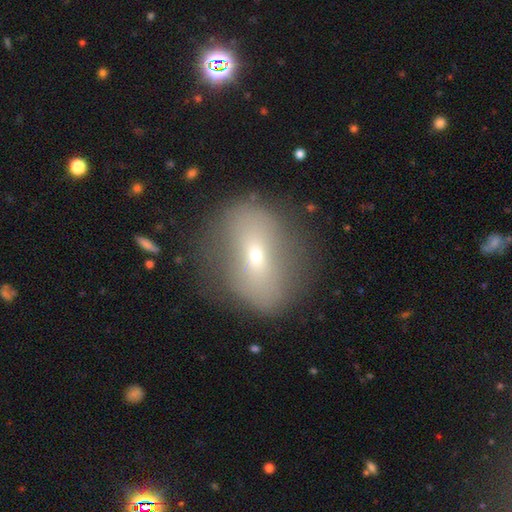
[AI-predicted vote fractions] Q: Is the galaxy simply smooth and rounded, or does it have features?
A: smooth — 48%.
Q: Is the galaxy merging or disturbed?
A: none — 77%.